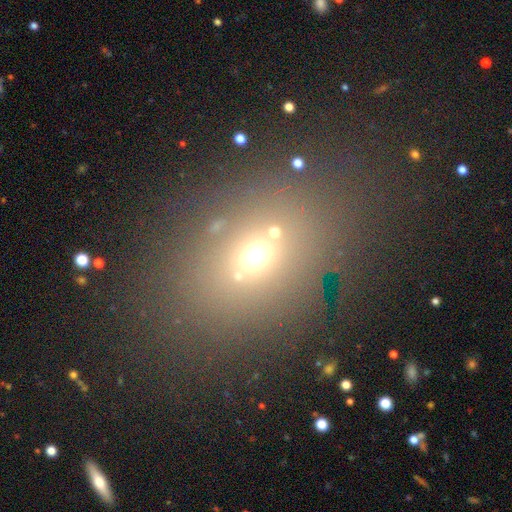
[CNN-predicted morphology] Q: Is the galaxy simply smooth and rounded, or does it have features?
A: smooth — 57%.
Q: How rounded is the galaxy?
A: in between — 58%.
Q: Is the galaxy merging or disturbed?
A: none — 74%.